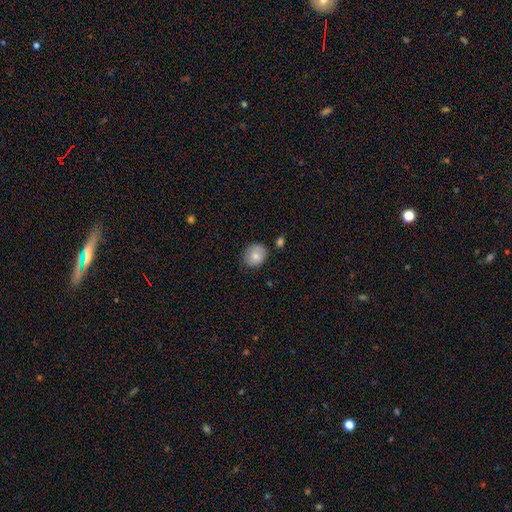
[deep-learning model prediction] Morphology: type=smooth (81%); roundness=round (65%); merging=none (74%).